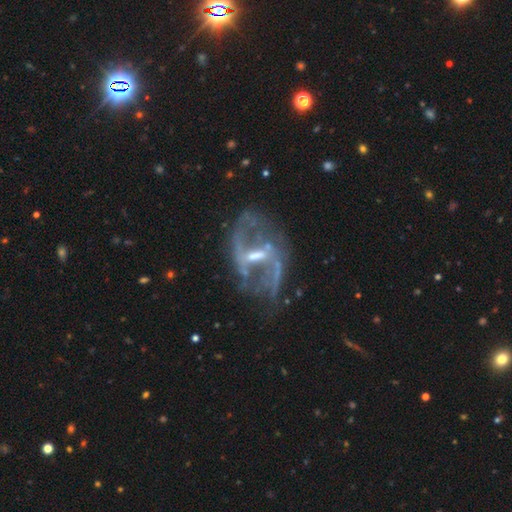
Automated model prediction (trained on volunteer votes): The model was most divided on "bar": weak: 46%, strong: 41%, no: 14%. Remaining: edge-on disk — no (96%); smooth or featured — featured or disk (87%); spiral arms — yes (85%); spiral arm count — 2 (85%); spiral winding — loose (57%); merging — none (53%); bulge size — moderate (44%).